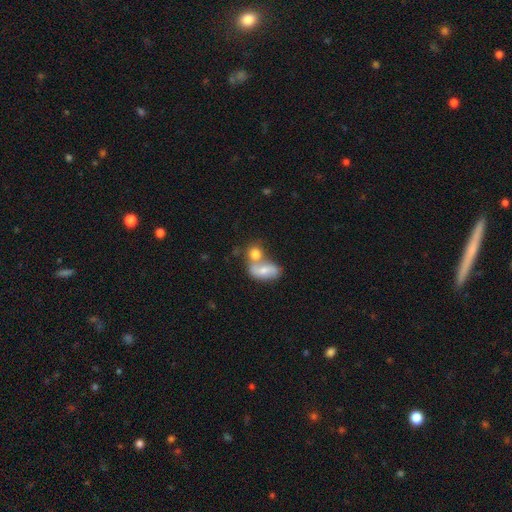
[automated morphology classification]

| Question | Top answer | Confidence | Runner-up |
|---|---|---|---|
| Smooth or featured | smooth | 65% | featured or disk (25%) |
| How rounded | in between | 57% | round (38%) |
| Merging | merger | 59% | none (28%) |